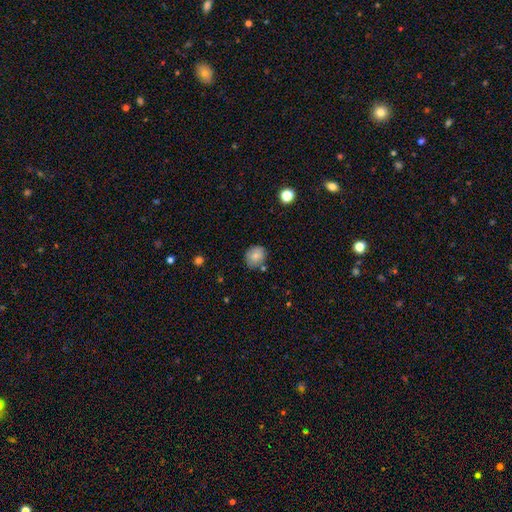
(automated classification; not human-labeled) smooth 80%, featured or disk 11%, star or artifact 9%. Down the decision tree: how rounded — round (73%); merging — none (73%).